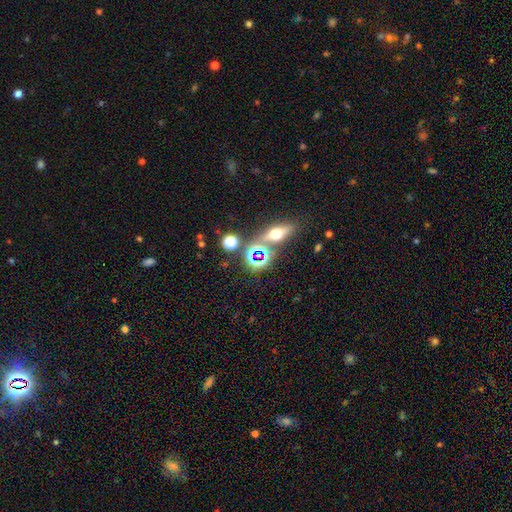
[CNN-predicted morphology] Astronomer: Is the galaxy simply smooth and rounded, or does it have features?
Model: star or artifact — 51% (runner-up: smooth, 33%).